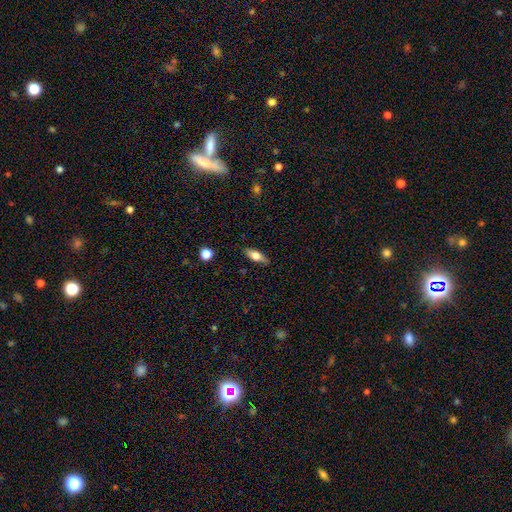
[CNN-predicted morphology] smooth-or-featured: smooth: 67% | featured or disk: 26% | star or artifact: 7%
  how-rounded: in between: 68% | cigar-shaped: 29% | round: 3%
  merging: none: 85% | minor disturbance: 11% | major disturbance: 2% | merger: 1%